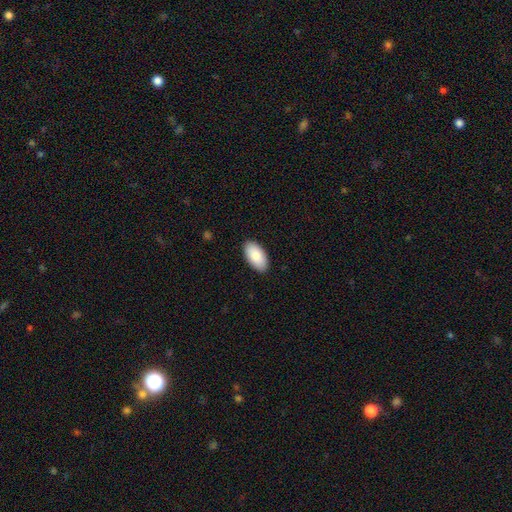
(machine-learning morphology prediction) Q: Smooth or featured?
A: smooth (86%); runner-up: featured or disk (8%)
Q: How rounded?
A: in between (96%); runner-up: round (2%)
Q: Merging?
A: none (89%); runner-up: minor disturbance (8%)